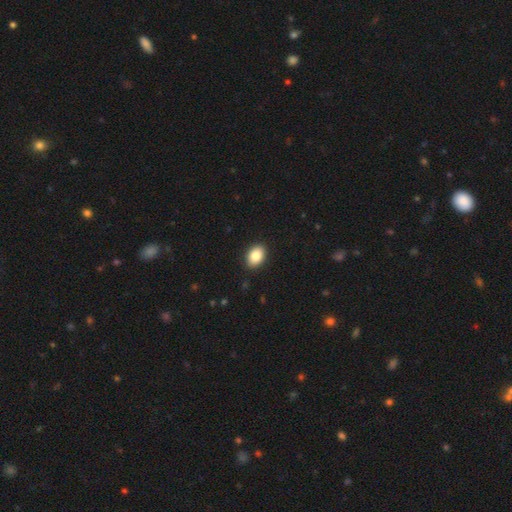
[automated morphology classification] Smooth or featured? smooth (86%)
How rounded? in between (82%)
Merging? none (90%)